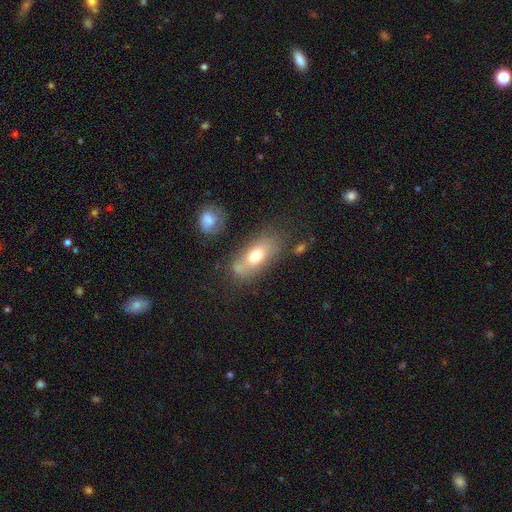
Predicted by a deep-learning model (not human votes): Smooth or featured: smooth — 68% (featured or disk — 24%)
How rounded: in between — 82% (cigar-shaped — 12%)
Merging: none — 60% (minor disturbance — 20%)